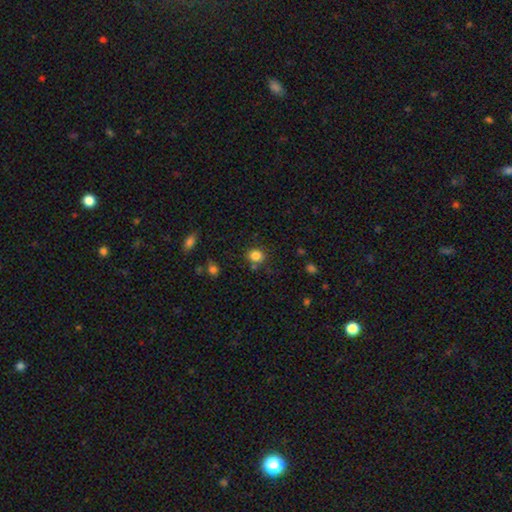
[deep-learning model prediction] Smooth or featured? smooth (82%)
How rounded? round (73%)
Merging? none (76%)